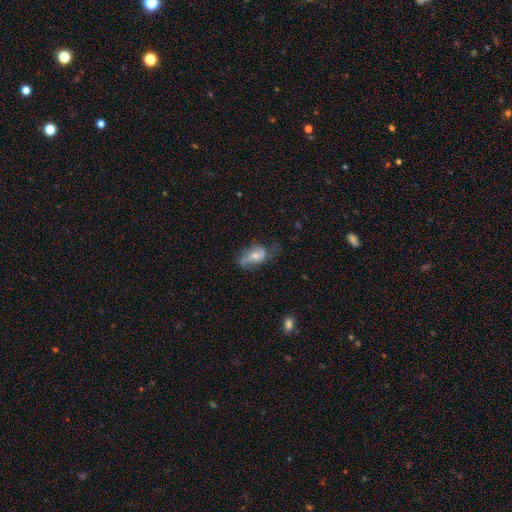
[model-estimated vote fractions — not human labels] Smooth or featured? featured or disk (50%)
Merging? none (44%)